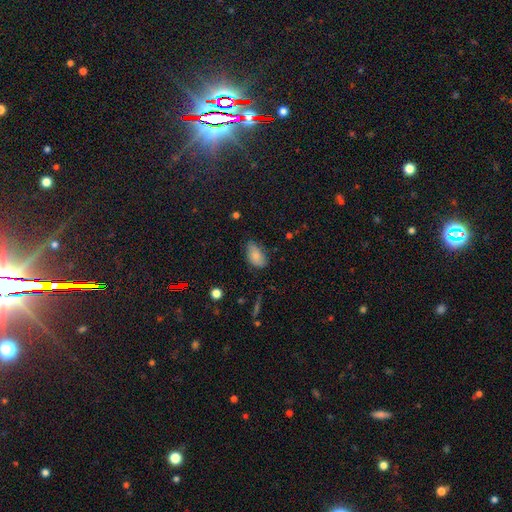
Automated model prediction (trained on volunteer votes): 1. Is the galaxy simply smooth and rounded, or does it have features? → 80% smooth, 11% featured or disk, 9% star or artifact.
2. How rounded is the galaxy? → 92% in between, 5% round, 3% cigar-shaped.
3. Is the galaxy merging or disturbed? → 64% none, 29% minor disturbance, 6% major disturbance, 2% merger.